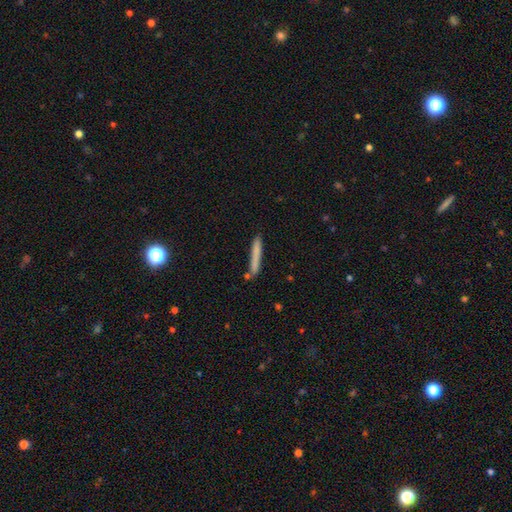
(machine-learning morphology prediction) Smooth or featured: smooth — 74% (featured or disk — 18%)
How rounded: cigar-shaped — 96% (in between — 3%)
Merging: none — 82% (minor disturbance — 11%)